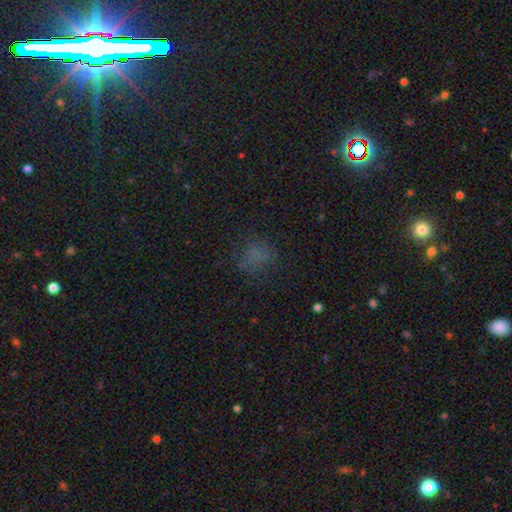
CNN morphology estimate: Smooth or featured? Predicted: smooth (p=0.62). How rounded? Predicted: round (p=0.66). Merging? Predicted: none (p=0.70).